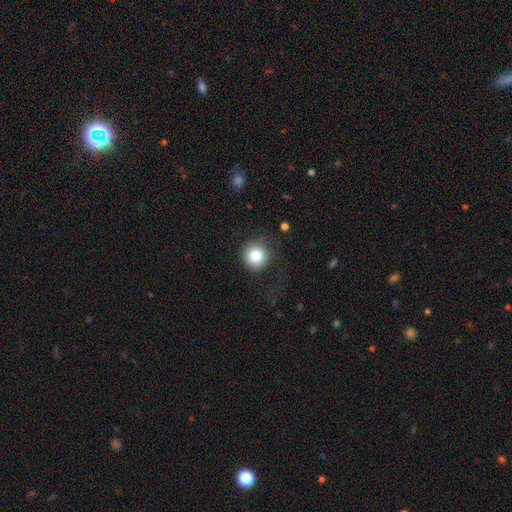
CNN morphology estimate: A smooth galaxy with no disk features (82%) that is round (93%).

Vote fractions:
- Smooth or featured? smooth: 82% / star or artifact: 11% / featured or disk: 8%
- How rounded? round: 93% / in between: 6% / cigar-shaped: 1%
- Merging? none: 80% / minor disturbance: 12% / major disturbance: 7% / merger: 1%